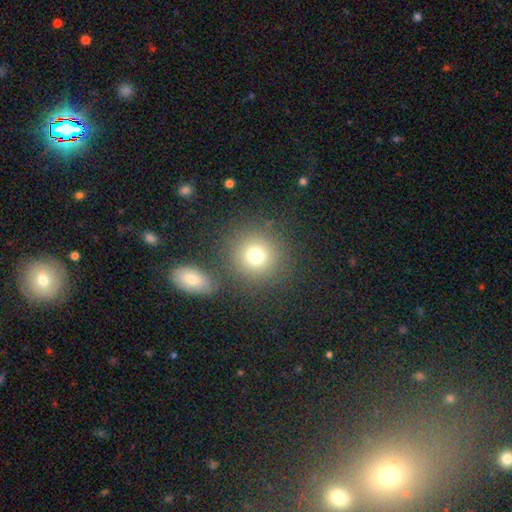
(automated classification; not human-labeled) A smooth galaxy with no disk features (75%) that is round (92%). Merging: none (79%).